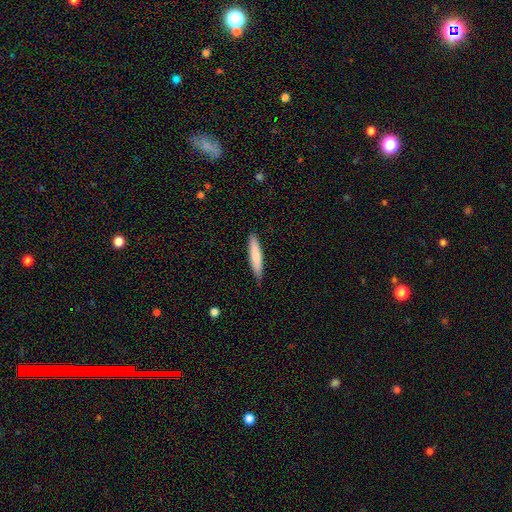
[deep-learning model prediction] Smooth or featured: smooth — 78% (featured or disk — 17%)
How rounded: cigar-shaped — 88% (in between — 11%)
Merging: none — 86% (minor disturbance — 11%)